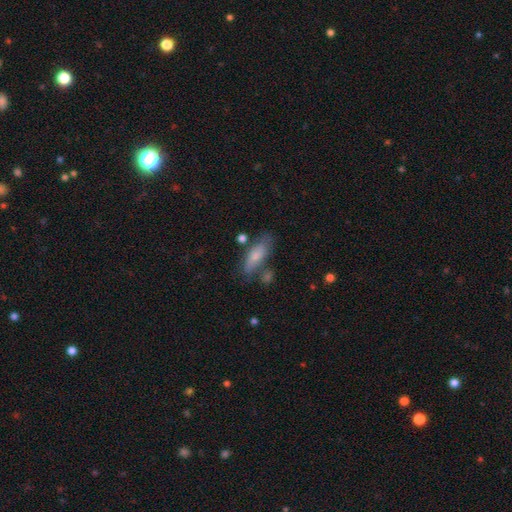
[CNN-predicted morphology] smooth_or_featured: smooth (p=0.69) [alt: featured or disk p=0.24]
how_rounded: in between (p=0.65) [alt: cigar-shaped p=0.32]
merging: none (p=0.60) [alt: minor disturbance p=0.22]